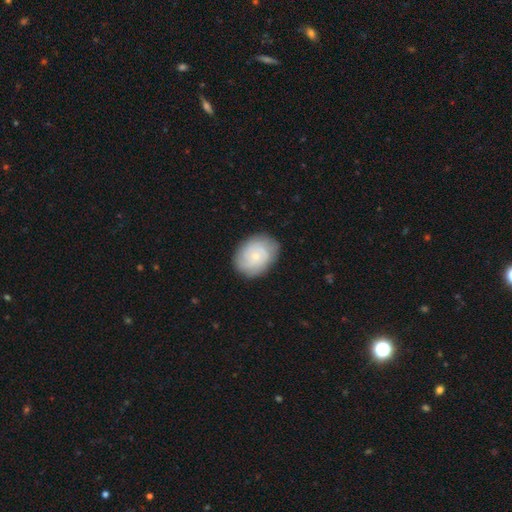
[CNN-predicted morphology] This is possibly a featured or disk galaxy (55%). It is clearly not viewed edge-on (97%). Bar: likely no (78%). Spiral arm pattern: clearly yes (88%). Central bulge: likely small (73%). Merging: clearly none (81%).